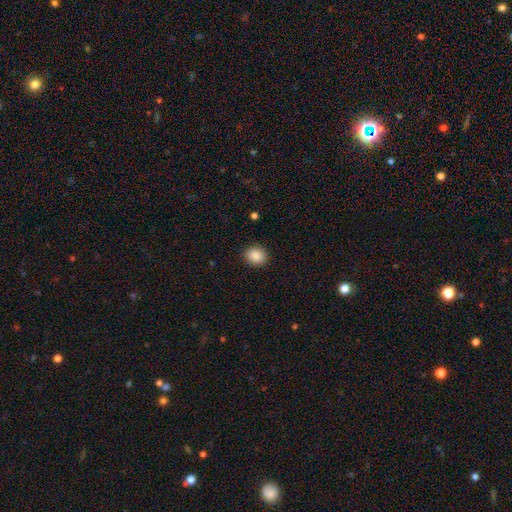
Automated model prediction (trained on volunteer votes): A smooth galaxy with no disk features (88%) that is round (67%). Merging: none (90%).